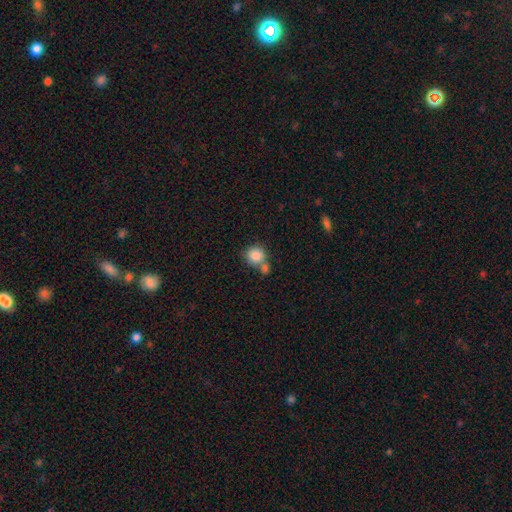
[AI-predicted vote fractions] smooth 85%, star or artifact 9%, featured or disk 6%. Down the decision tree: how rounded — round (89%); merging — none (51%).